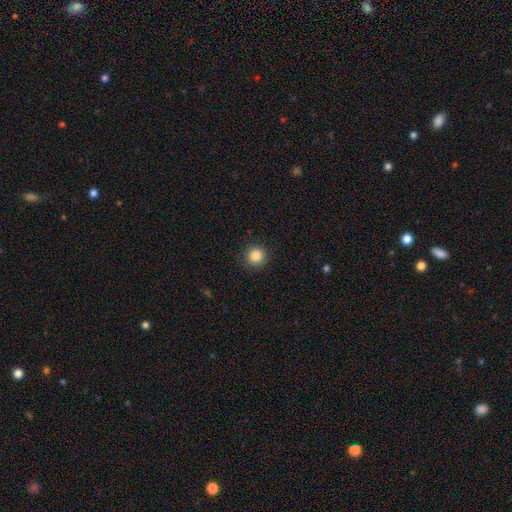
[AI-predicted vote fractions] This is clearly a smooth galaxy (86%). How rounded: clearly round (95%). Merging: clearly none (91%).